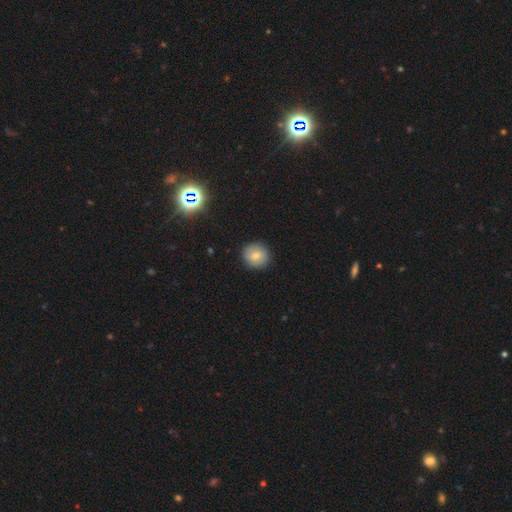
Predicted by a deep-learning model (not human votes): smooth_or_featured: smooth (p=0.75) [alt: featured or disk p=0.15]
how_rounded: round (p=0.89) [alt: in between p=0.10]
merging: none (p=0.89) [alt: minor disturbance p=0.08]